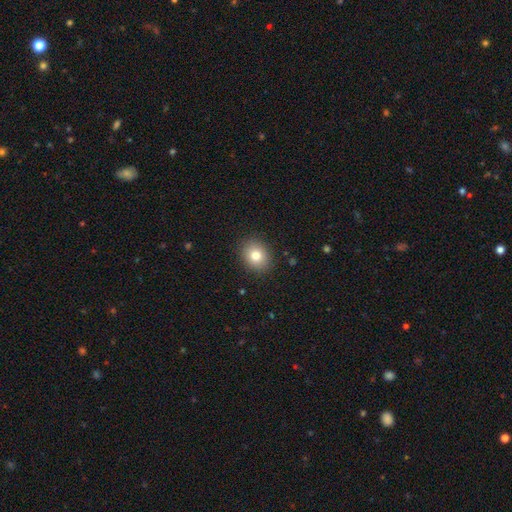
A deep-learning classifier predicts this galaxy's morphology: smooth 80%, star or artifact 11%, featured or disk 9%. Down the decision tree: how rounded — round (65%); merging — none (89%).